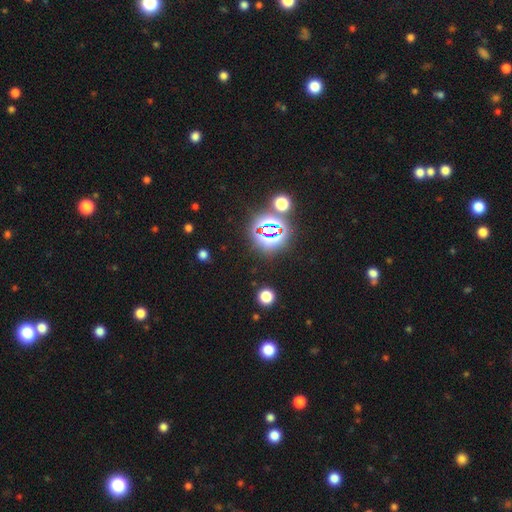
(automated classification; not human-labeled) star or artifact 80%, smooth 14%, featured or disk 7%.